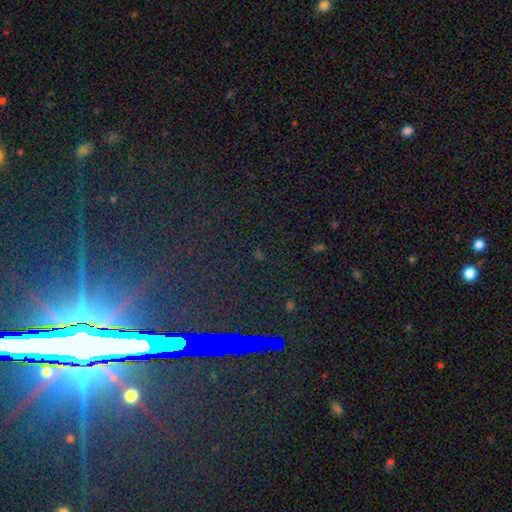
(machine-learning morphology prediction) Smooth or featured: star or artifact — 78% (featured or disk — 12%)